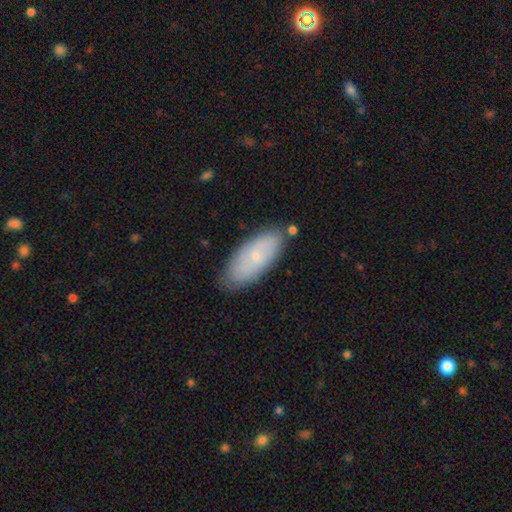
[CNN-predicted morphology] A smooth galaxy with no disk features (61%) that is in between round and cigar-shaped (84%). Merging: none (76%).